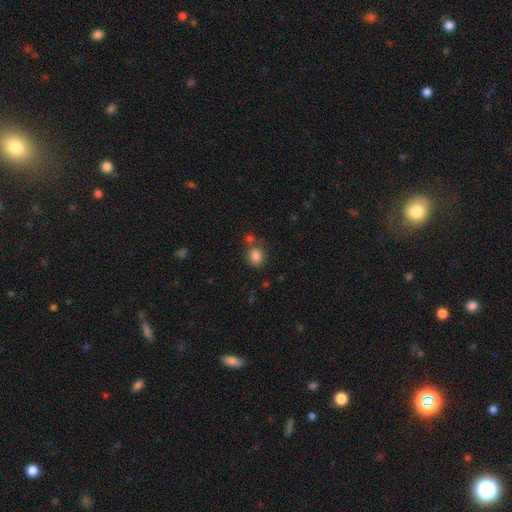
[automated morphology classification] Smooth or featured? Predicted: smooth (p=0.84). How rounded? Predicted: round (p=0.52). Merging? Predicted: none (p=0.67).